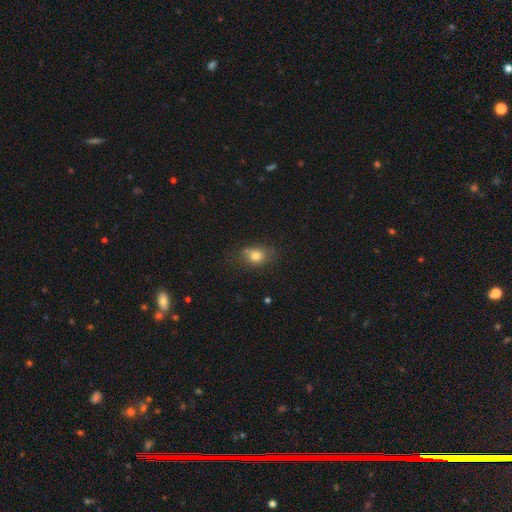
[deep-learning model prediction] A smooth galaxy with no disk features (78%) that is in between round and cigar-shaped (51%). Merging: none (65%).